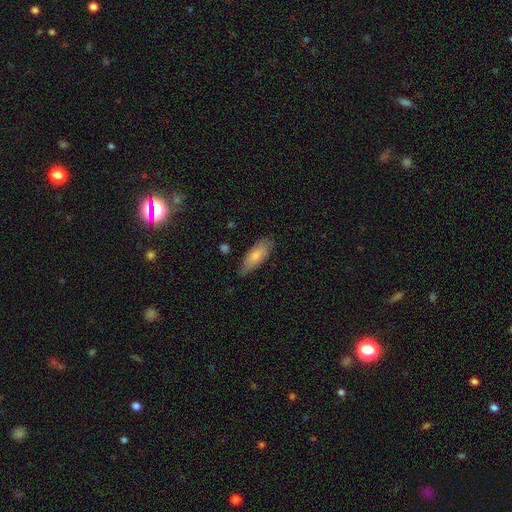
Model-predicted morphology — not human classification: Overall: smooth (76%). How rounded: in between (66%; cigar-shaped 32%). Merging: none (80%).